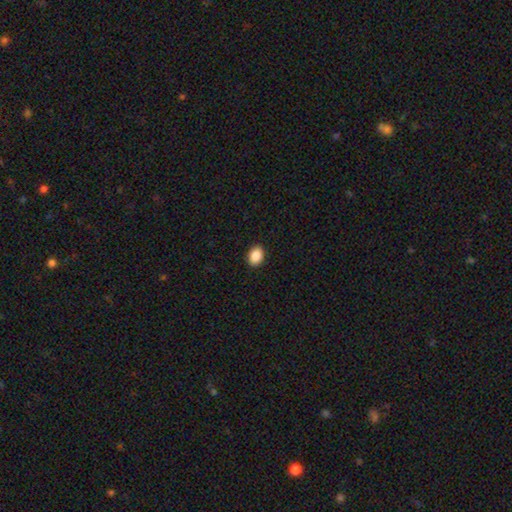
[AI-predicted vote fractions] Smooth or featured? smooth (89%)
How rounded? in between (70%)
Merging? none (91%)